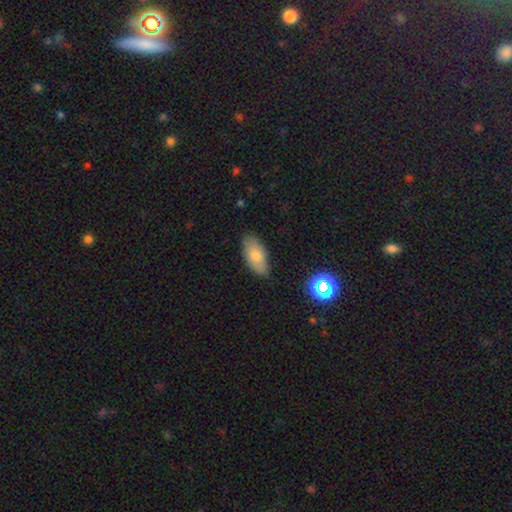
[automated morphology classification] Q: Smooth or featured?
A: smooth (75%); runner-up: featured or disk (17%)
Q: How rounded?
A: in between (89%); runner-up: cigar-shaped (8%)
Q: Merging?
A: none (81%); runner-up: minor disturbance (15%)